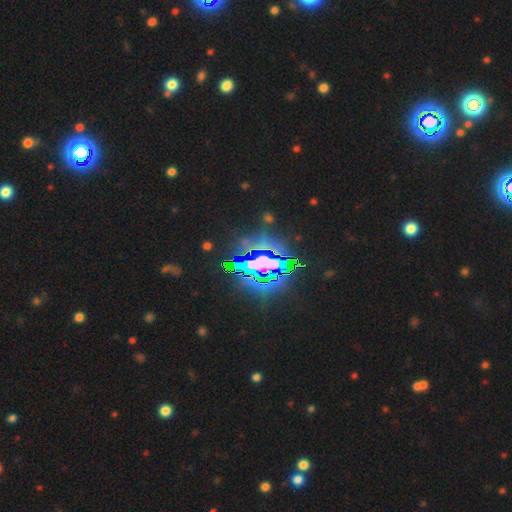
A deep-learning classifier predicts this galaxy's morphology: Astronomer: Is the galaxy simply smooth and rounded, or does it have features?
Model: star or artifact — 85%.